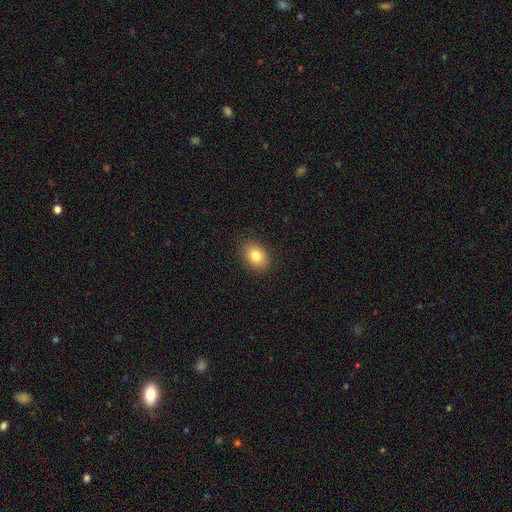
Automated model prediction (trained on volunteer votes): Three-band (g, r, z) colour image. It shows a smooth galaxy with no disk features (82%) that is in between round and cigar-shaped (77%). Merging: none (87%).